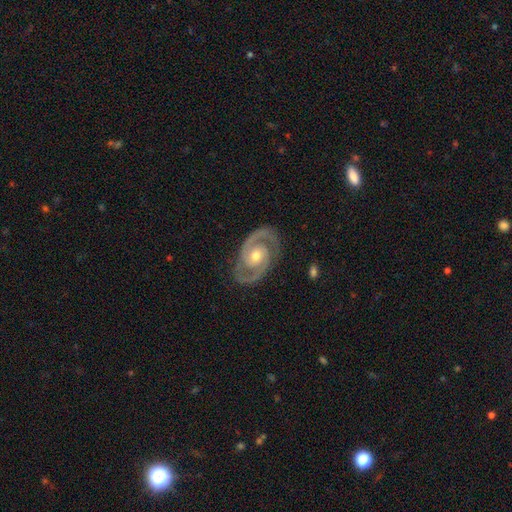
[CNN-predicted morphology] Q: Smooth or featured?
A: featured or disk (93%); runner-up: star or artifact (4%)
Q: Edge-on disk?
A: no (97%); runner-up: yes (3%)
Q: Bar?
A: no (63%); runner-up: weak (26%)
Q: Spiral arms?
A: yes (98%); runner-up: no (2%)
Q: Spiral winding?
A: tight (49%); runner-up: medium (45%)
Q: Spiral arm count?
A: 2 (94%); runner-up: can't tell (2%)
Q: Bulge size?
A: moderate (68%); runner-up: small (26%)
Q: Merging?
A: none (86%); runner-up: minor disturbance (10%)